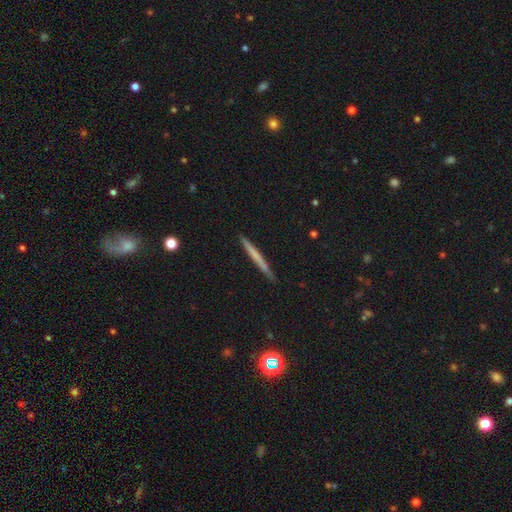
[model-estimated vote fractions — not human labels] Morphology: type=smooth (56%); roundness=cigar-shaped (97%); merging=none (89%).